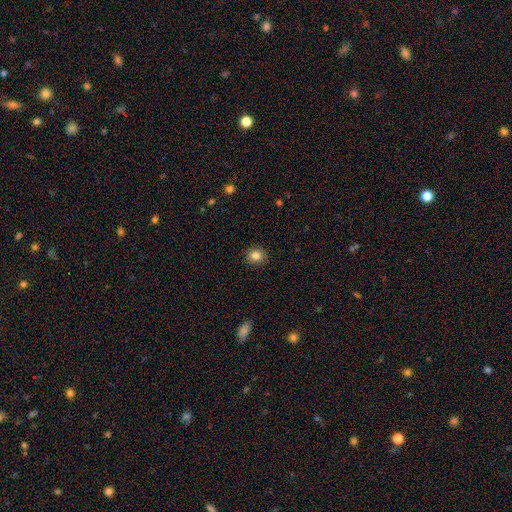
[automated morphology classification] Smooth or featured?
  - smooth: 83% *
  - star or artifact: 11%
  - featured or disk: 6%
How rounded?
  - round: 83% *
  - in between: 16%
  - cigar-shaped: 1%
Merging?
  - none: 91% *
  - minor disturbance: 6%
  - major disturbance: 2%
  - merger: 1%